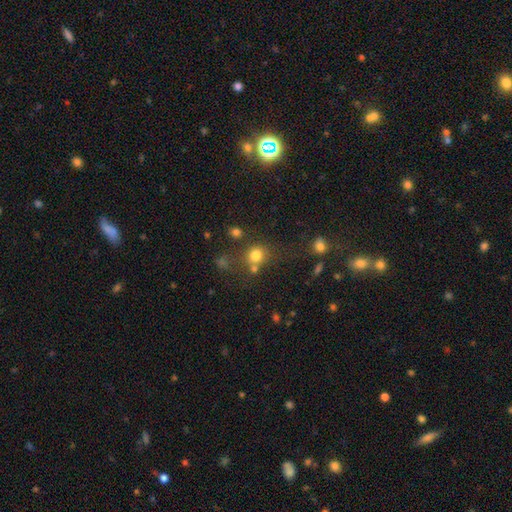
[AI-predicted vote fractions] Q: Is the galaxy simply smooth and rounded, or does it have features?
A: smooth — 76%.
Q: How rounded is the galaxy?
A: round — 82%.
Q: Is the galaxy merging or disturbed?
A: none — 60%.